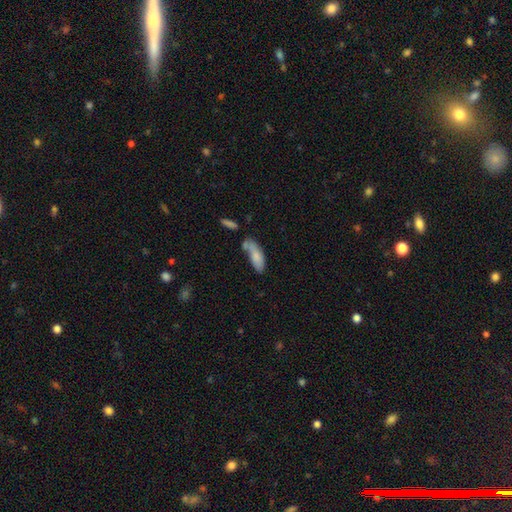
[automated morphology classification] Overall: smooth (79%). How rounded: in between (68%; cigar-shaped 30%). Merging: none (42%; merger 26%).